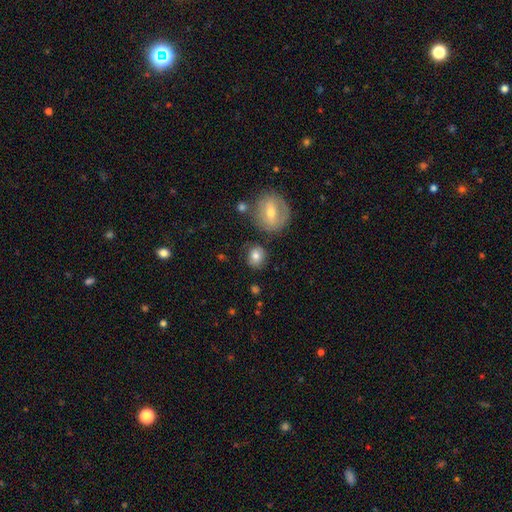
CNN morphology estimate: Smooth or featured? smooth (77%)
How rounded? round (78%)
Merging? none (77%)